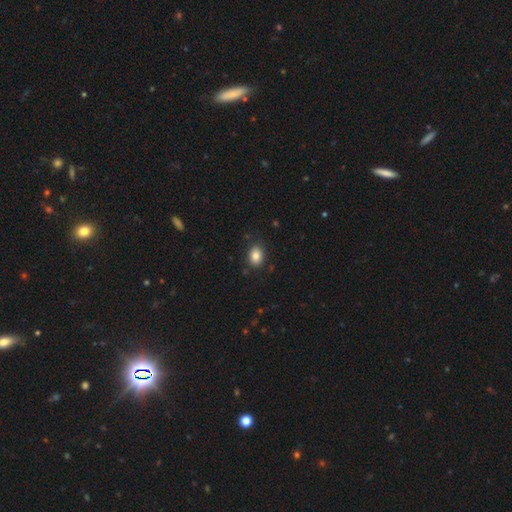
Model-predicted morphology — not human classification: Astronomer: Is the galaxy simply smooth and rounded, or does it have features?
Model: smooth — 86%.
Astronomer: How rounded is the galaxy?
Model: in between — 73%.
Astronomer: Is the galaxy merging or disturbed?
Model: none — 86%.